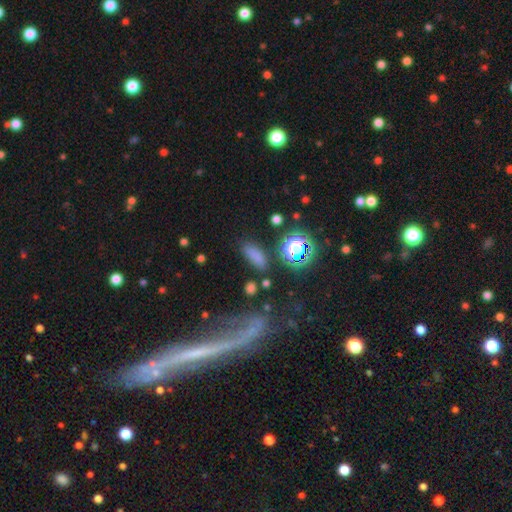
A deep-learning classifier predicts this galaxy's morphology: Smooth or featured?
  - smooth: 72% *
  - star or artifact: 20%
  - featured or disk: 7%
How rounded?
  - in between: 65% *
  - cigar-shaped: 27%
  - round: 8%
Merging?
  - none: 76% *
  - minor disturbance: 14%
  - major disturbance: 6%
  - merger: 4%